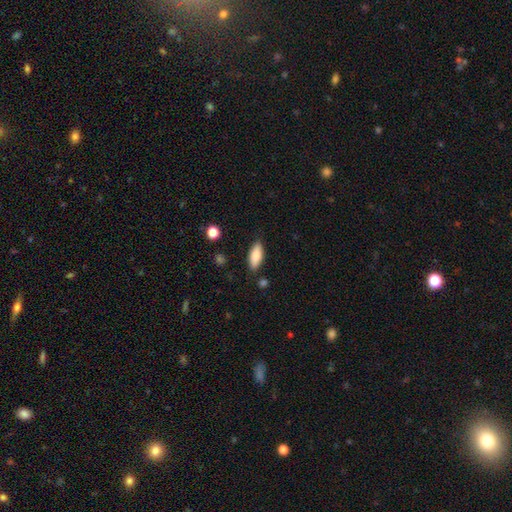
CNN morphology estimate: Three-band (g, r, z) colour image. It shows a smooth galaxy with no disk features (84%) that is in between round and cigar-shaped (75%). Merging: none (84%).